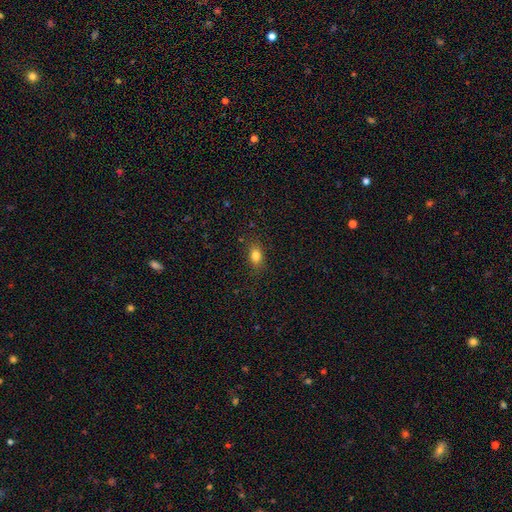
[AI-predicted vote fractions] smooth-or-featured: smooth: 82% | star or artifact: 11% | featured or disk: 8%
  how-rounded: in between: 75% | round: 22% | cigar-shaped: 3%
  merging: none: 83% | minor disturbance: 12% | major disturbance: 4% | merger: 1%